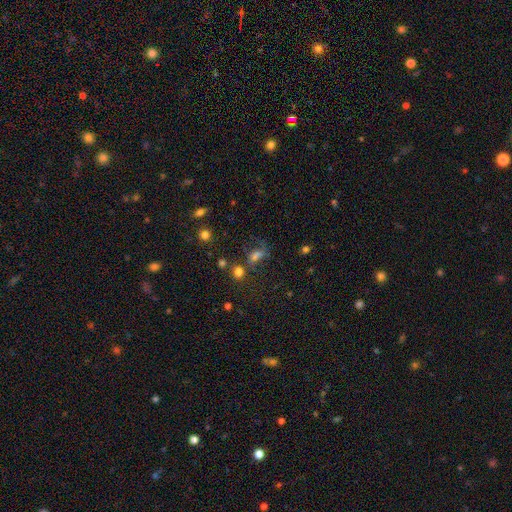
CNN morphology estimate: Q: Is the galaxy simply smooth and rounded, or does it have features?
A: smooth — 56%.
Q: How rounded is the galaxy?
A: in between — 69%.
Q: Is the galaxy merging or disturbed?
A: none — 42%.